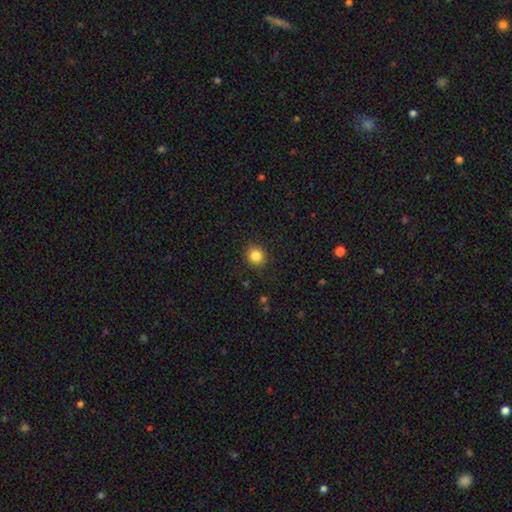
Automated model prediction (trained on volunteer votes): smooth_or_featured: smooth (p=0.85) [alt: star or artifact p=0.10]
how_rounded: round (p=0.85) [alt: in between p=0.14]
merging: none (p=0.89) [alt: minor disturbance p=0.07]